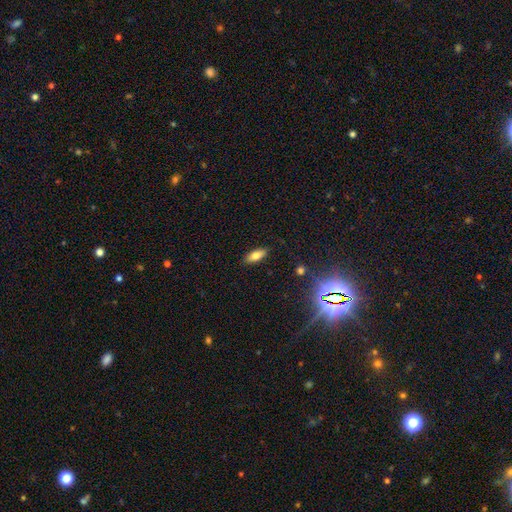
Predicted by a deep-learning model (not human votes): Smooth or featured: smooth — 73% (featured or disk — 17%)
How rounded: in between — 77% (cigar-shaped — 20%)
Merging: none — 88% (minor disturbance — 9%)